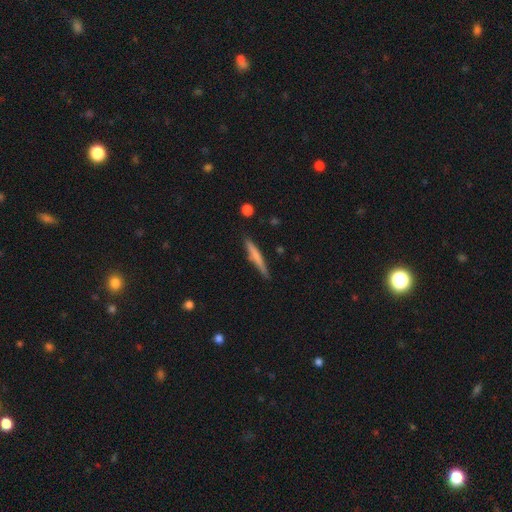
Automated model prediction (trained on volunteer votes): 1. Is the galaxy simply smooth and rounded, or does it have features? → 62% smooth, 32% featured or disk, 6% star or artifact.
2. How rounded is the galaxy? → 94% cigar-shaped, 4% in between, 1% round.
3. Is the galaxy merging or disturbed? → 82% none, 13% minor disturbance, 3% merger, 2% major disturbance.